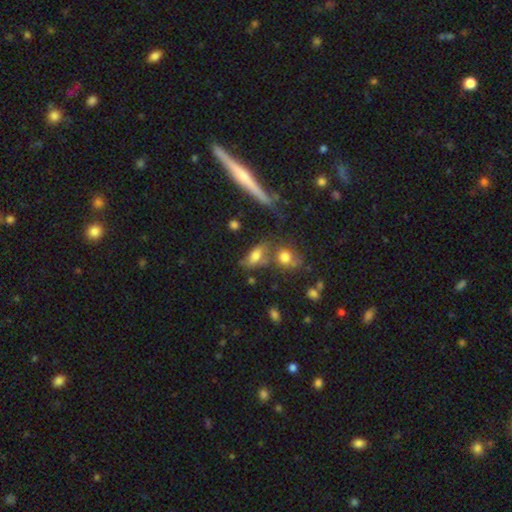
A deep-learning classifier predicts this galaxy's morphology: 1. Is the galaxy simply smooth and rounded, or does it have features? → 69% smooth, 18% featured or disk, 12% star or artifact.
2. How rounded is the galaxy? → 70% in between, 19% cigar-shaped, 11% round.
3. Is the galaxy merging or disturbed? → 49% none, 24% merger, 18% minor disturbance, 10% major disturbance.